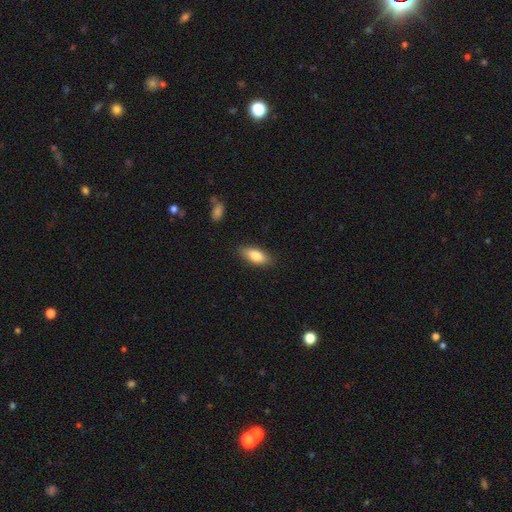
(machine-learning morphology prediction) The model was most divided on "how rounded": in between: 81%, cigar-shaped: 16%, round: 2%. More confident: merging — none (85%); smooth or featured — smooth (84%).